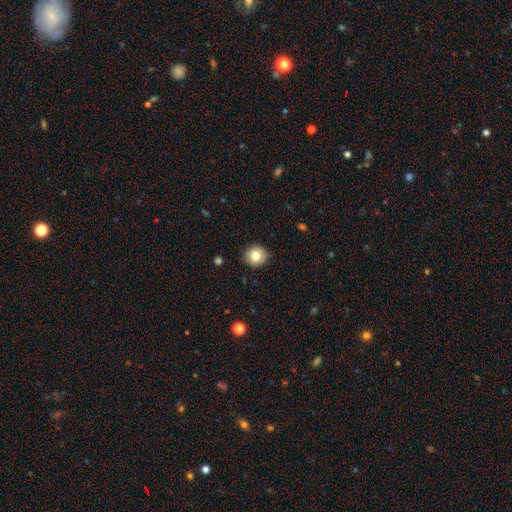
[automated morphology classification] Q: Smooth or featured?
A: smooth (83%); runner-up: star or artifact (9%)
Q: How rounded?
A: round (82%); runner-up: in between (17%)
Q: Merging?
A: none (89%); runner-up: minor disturbance (8%)